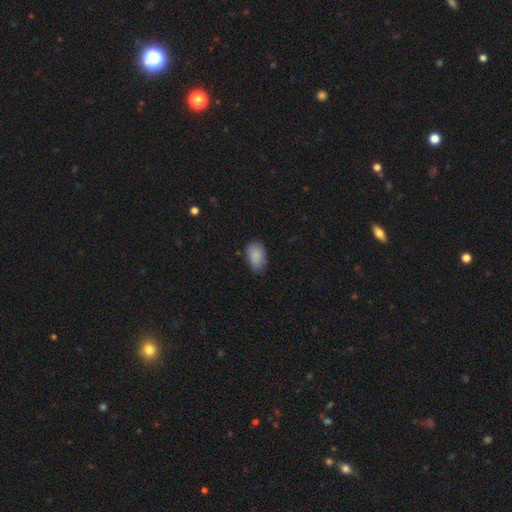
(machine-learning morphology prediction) Smooth or featured? smooth (88%)
How rounded? in between (91%)
Merging? none (68%)